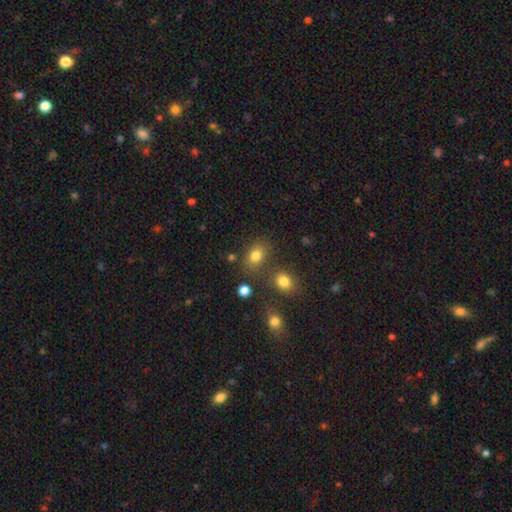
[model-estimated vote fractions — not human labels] A smooth galaxy with no disk features (79%) that is in between round and cigar-shaped (63%). Merging: none (71%).